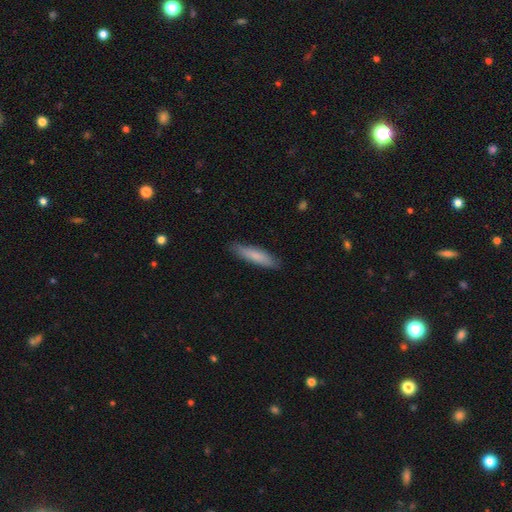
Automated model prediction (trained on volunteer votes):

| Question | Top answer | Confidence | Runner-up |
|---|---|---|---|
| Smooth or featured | smooth | 79% | featured or disk (16%) |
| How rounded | cigar-shaped | 82% | in between (16%) |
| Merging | none | 87% | minor disturbance (10%) |